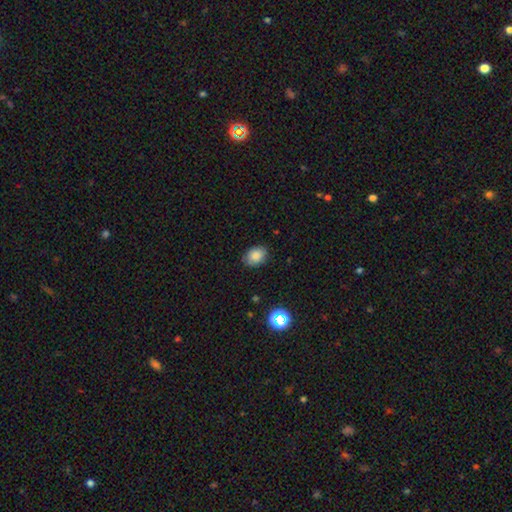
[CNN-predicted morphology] Smooth or featured? smooth (84%)
How rounded? in between (69%)
Merging? none (83%)